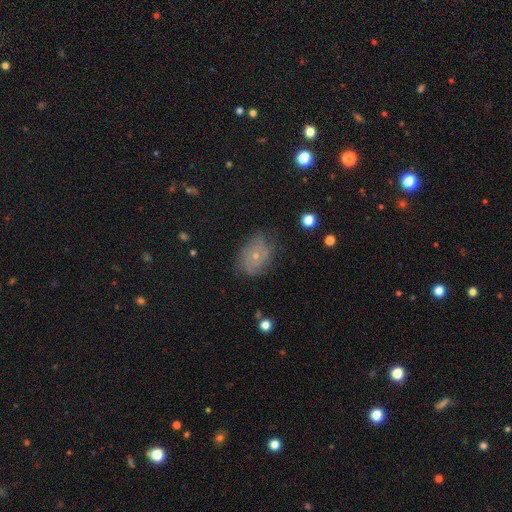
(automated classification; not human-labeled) featured or disk 60%, smooth 28%, star or artifact 11%. Down the decision tree: edge-on disk — no (96%); bar — no (83%); spiral arms — yes (82%); bulge size — small (74%); merging — none (64%).